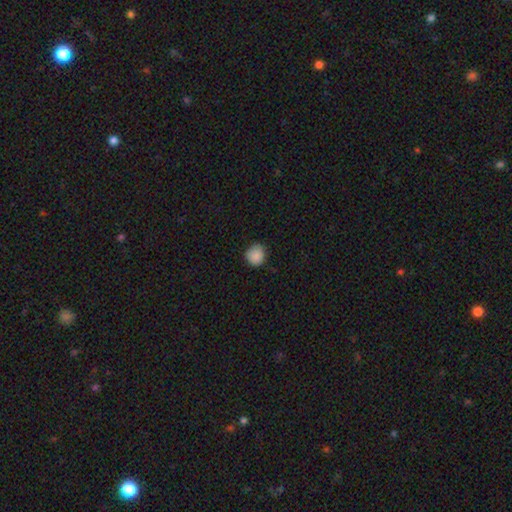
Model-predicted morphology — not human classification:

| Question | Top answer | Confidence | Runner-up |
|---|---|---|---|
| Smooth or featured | smooth | 87% | star or artifact (9%) |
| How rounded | round | 84% | in between (15%) |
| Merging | none | 77% | minor disturbance (19%) |